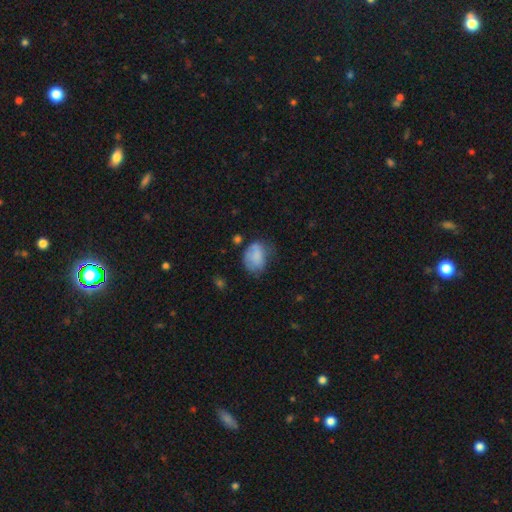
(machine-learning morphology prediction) A smooth galaxy with no disk features (76%) that is in between round and cigar-shaped (70%).

Vote fractions:
- Smooth or featured? smooth: 76% / featured or disk: 15% / star or artifact: 9%
- How rounded? in between: 70% / round: 29% / cigar-shaped: 1%
- Merging? none: 42% / minor disturbance: 36% / major disturbance: 19% / merger: 4%